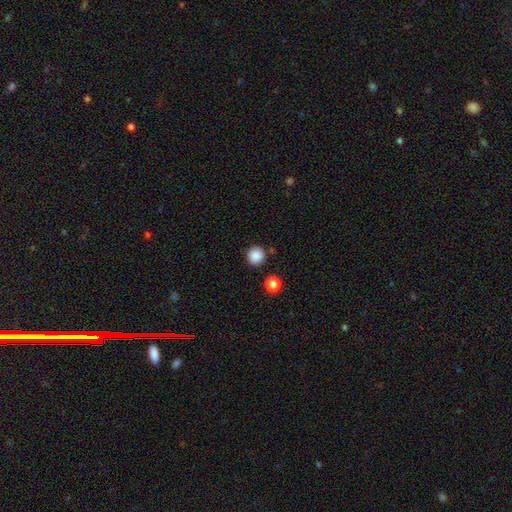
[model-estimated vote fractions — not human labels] smooth 87%, star or artifact 10%, featured or disk 3%. Down the decision tree: how rounded — round (94%); merging — none (88%).